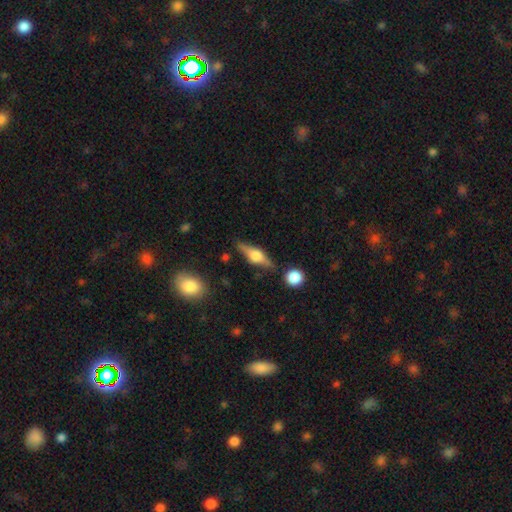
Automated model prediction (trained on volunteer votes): A featured or disk galaxy (71%) viewed edge-on (96%) with a rounded central bulge (92%). Merging: none (82%).